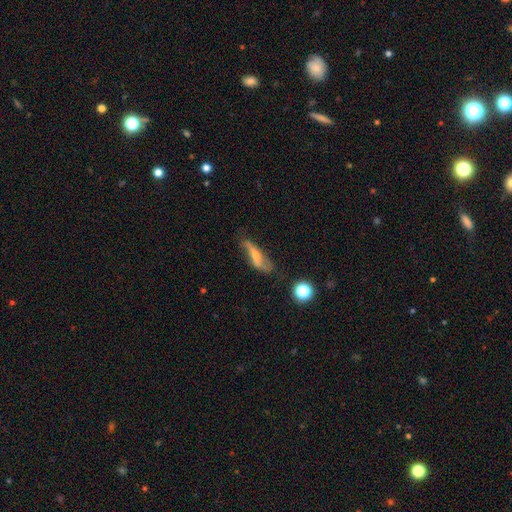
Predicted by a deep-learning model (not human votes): A featured or disk galaxy (54%). Merging: none (51%).